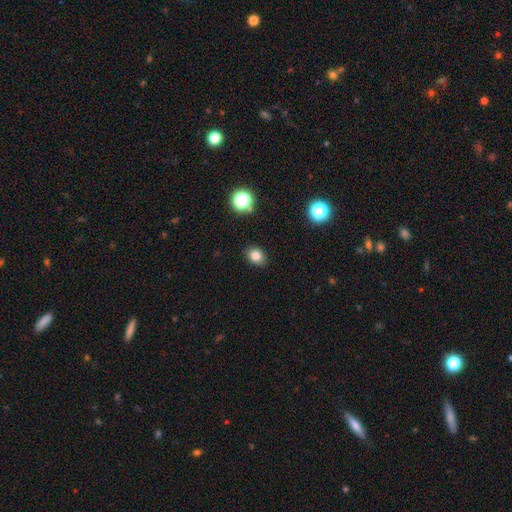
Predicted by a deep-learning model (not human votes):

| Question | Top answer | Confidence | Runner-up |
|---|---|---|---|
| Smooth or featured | smooth | 82% | star or artifact (12%) |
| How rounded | in between | 51% | round (48%) |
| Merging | none | 87% | minor disturbance (9%) |